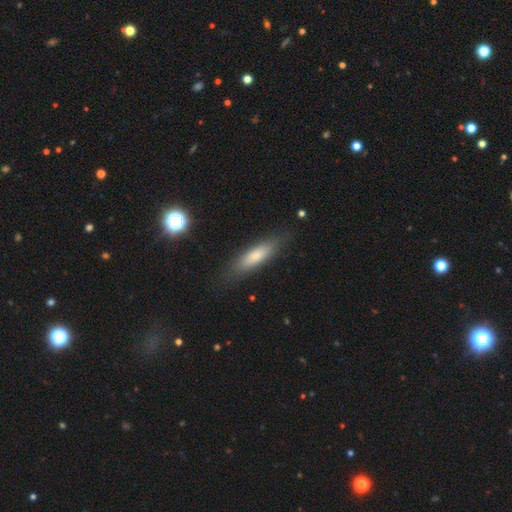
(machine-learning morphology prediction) Smooth or featured? smooth (72%)
How rounded? cigar-shaped (63%)
Merging? none (81%)